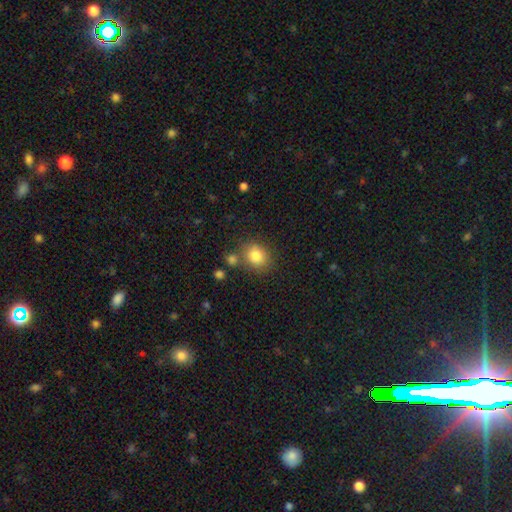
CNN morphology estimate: This is clearly a smooth galaxy (81%). How rounded: likely round (68%). Merging: likely none (72%).